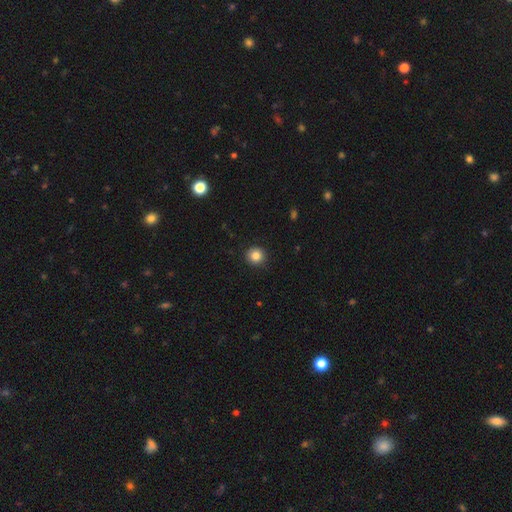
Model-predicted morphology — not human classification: This appears to be a smooth galaxy with no disk features (85%) that is round (94%). Merging: none (92%).